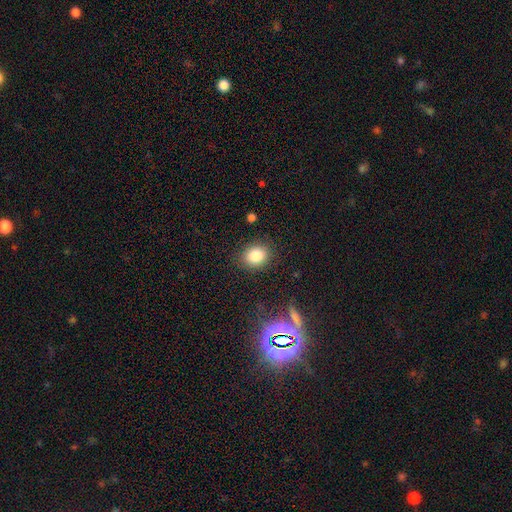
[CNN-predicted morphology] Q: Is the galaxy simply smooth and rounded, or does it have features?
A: smooth — 83%.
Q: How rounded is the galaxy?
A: round — 57%.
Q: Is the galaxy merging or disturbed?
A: none — 86%.